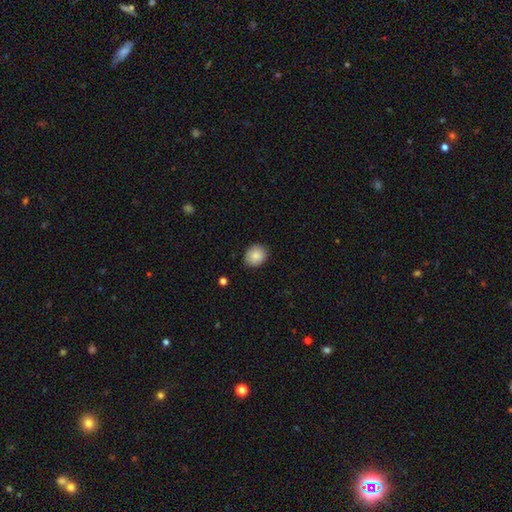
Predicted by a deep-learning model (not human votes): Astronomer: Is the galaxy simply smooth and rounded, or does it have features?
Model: smooth — 87%.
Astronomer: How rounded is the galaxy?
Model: round — 71%.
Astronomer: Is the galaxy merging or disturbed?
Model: none — 87%.